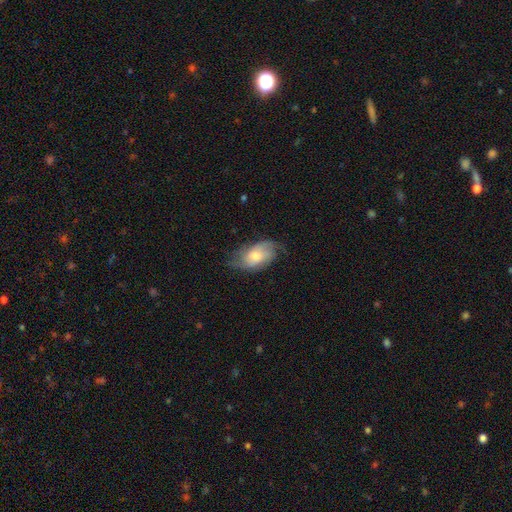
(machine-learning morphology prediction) type=featured or disk (47%, tied with smooth); merging=none (59%).